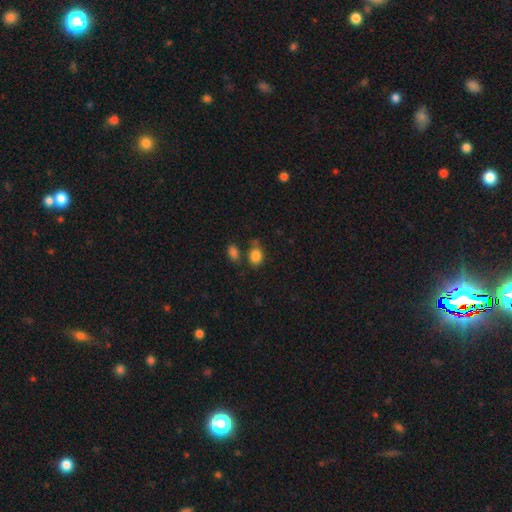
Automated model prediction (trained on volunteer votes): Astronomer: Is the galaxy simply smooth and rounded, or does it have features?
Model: smooth — 84%.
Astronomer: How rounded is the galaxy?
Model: in between — 53% (runner-up: round, 46%).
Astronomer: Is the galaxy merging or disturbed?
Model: none — 61%.